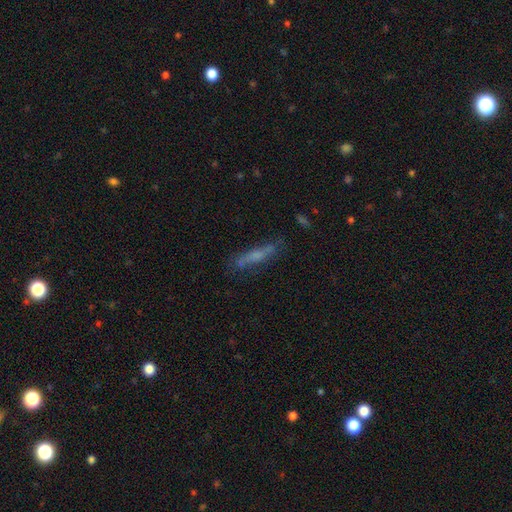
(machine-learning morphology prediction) type=smooth (45%); merging=none (70%).